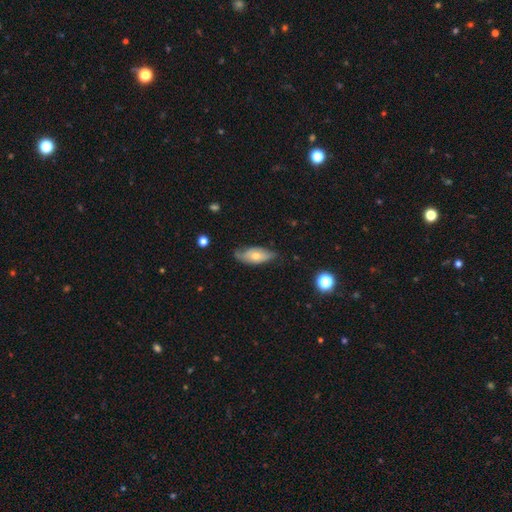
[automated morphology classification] Smooth or featured?
  - smooth: 48% *
  - featured or disk: 45%
  - star or artifact: 7%
Merging?
  - none: 61% *
  - minor disturbance: 31%
  - major disturbance: 7%
  - merger: 2%